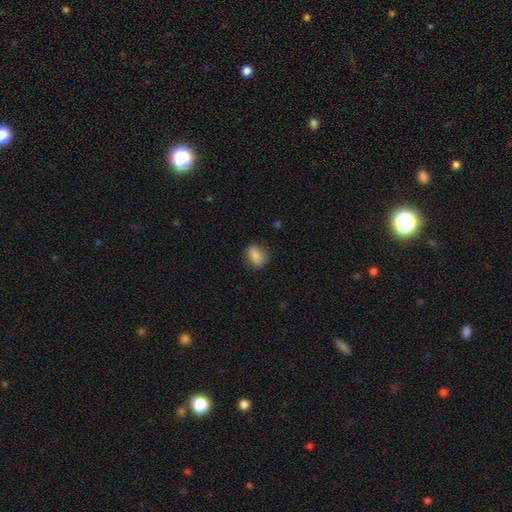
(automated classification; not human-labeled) A smooth galaxy with no disk features (82%) that is in between round and cigar-shaped (71%).

Vote fractions:
- Smooth or featured? smooth: 82% / featured or disk: 10% / star or artifact: 8%
- How rounded? in between: 71% / round: 27% / cigar-shaped: 2%
- Merging? none: 73% / minor disturbance: 21% / major disturbance: 5% / merger: 1%